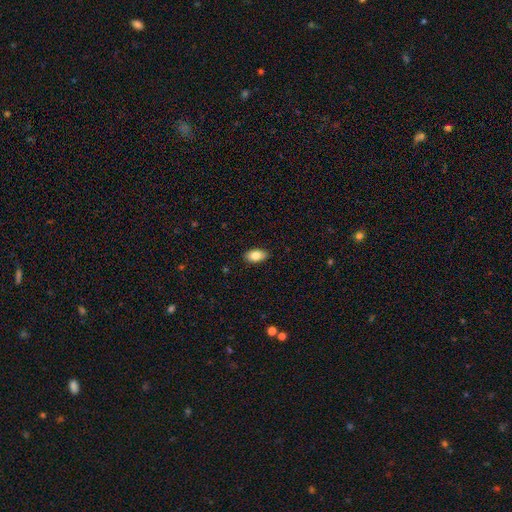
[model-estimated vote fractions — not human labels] The model was most divided on "smooth or featured": smooth: 84%, featured or disk: 9%, star or artifact: 7%. More confident: how rounded — in between (93%); merging — none (88%).